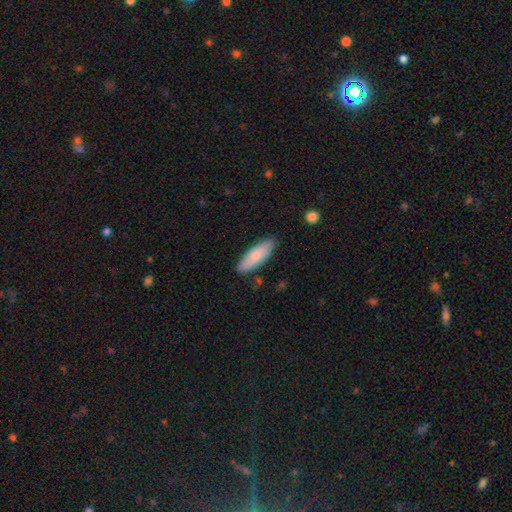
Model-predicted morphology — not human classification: A smooth galaxy with no disk features (77%) that is in between round and cigar-shaped (58%). Merging: none (84%).